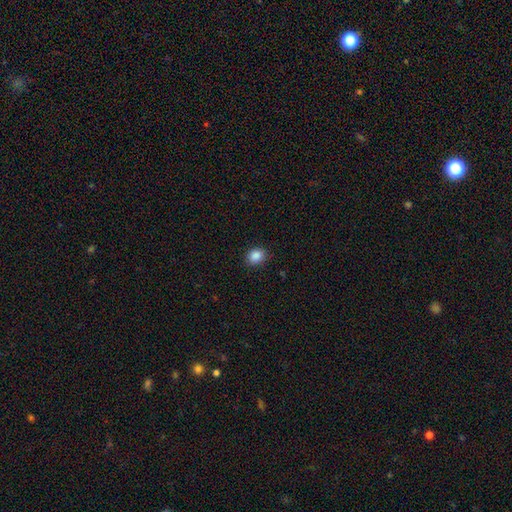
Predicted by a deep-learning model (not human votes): Smooth or featured? smooth (87%)
How rounded? in between (51%)
Merging? none (85%)